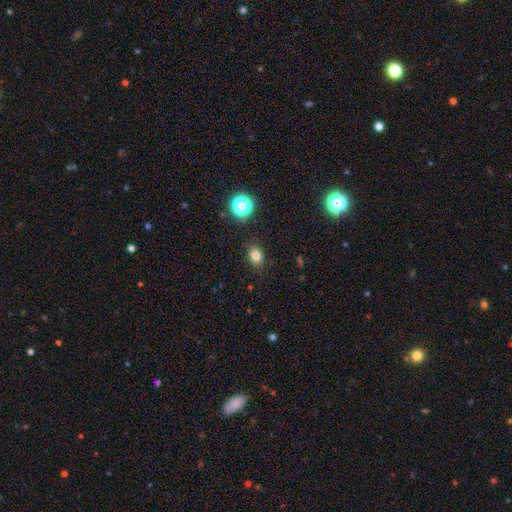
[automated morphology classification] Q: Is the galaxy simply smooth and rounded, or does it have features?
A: smooth — 78%.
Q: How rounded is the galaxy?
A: in between — 51%.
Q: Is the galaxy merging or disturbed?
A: none — 86%.